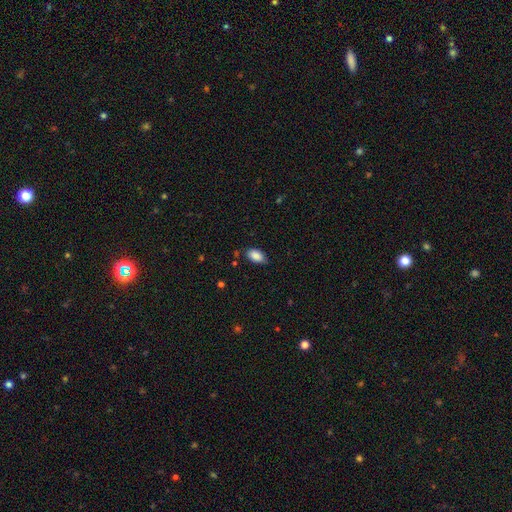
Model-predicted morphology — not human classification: smooth-or-featured: smooth: 88% | star or artifact: 7% | featured or disk: 5%
  how-rounded: in between: 93% | round: 4% | cigar-shaped: 2%
  merging: none: 76% | minor disturbance: 19% | major disturbance: 3% | merger: 2%